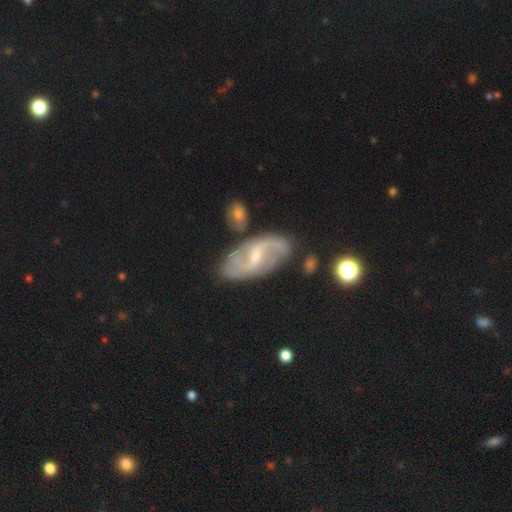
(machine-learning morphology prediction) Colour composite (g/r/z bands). It shows a featured or disk galaxy (83%) with a weak bar (55%), 2 (81%) medium (45%) spiral arms (93%) and a small central bulge (56%). Merging: none (73%).